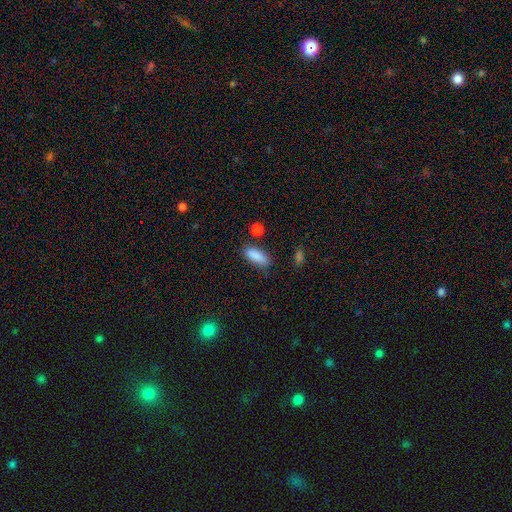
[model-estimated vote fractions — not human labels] Smooth or featured? Predicted: smooth (p=0.88). How rounded? Predicted: in between (p=0.71). Merging? Predicted: none (p=0.78).